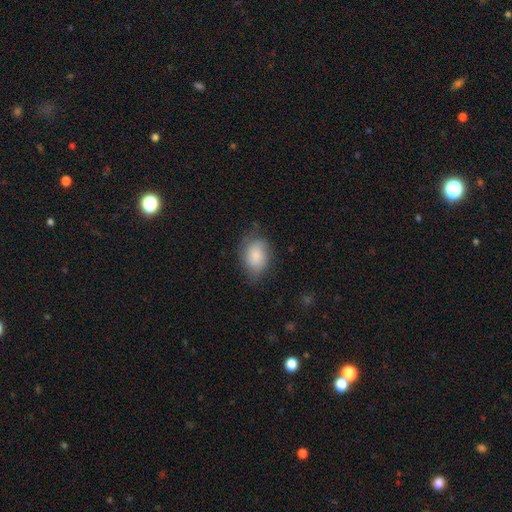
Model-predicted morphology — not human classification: Smooth or featured? Predicted: smooth (p=0.77). How rounded? Predicted: in between (p=0.80). Merging? Predicted: none (p=0.58).